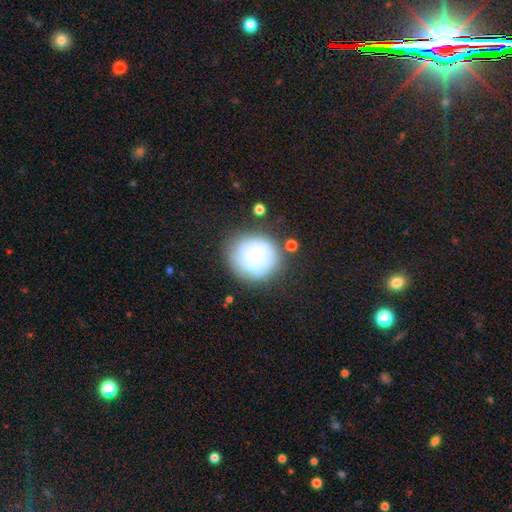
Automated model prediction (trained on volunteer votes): Smooth or featured? smooth (50%)
How rounded? round (91%)
Merging? none (71%)